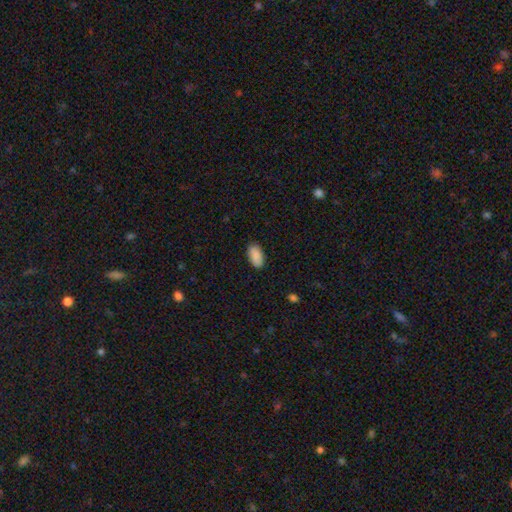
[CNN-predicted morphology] smooth_or_featured: smooth (p=0.90) [alt: star or artifact p=0.06]
how_rounded: in between (p=0.94) [alt: cigar-shaped p=0.03]
merging: none (p=0.87) [alt: minor disturbance p=0.10]